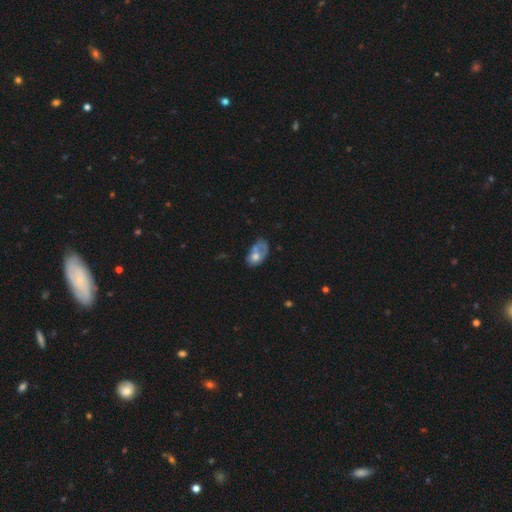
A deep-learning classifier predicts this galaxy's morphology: Q: Smooth or featured?
A: smooth (54%); runner-up: featured or disk (38%)
Q: How rounded?
A: in between (83%); runner-up: round (15%)
Q: Merging?
A: major disturbance (28%); runner-up: none (25%)